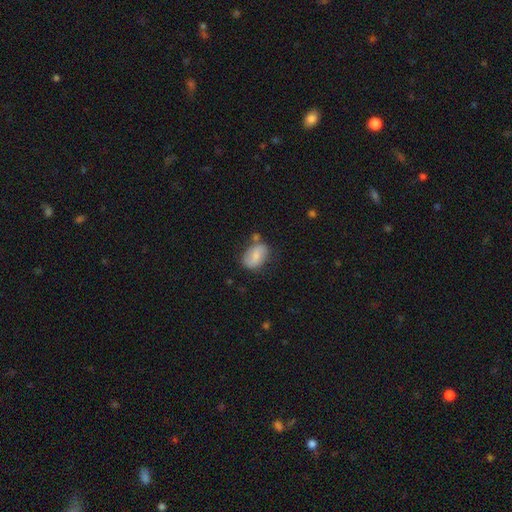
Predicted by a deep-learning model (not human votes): smooth 57%, featured or disk 35%, star or artifact 8%. Down the decision tree: how rounded — in between (83%); merging — none (63%).